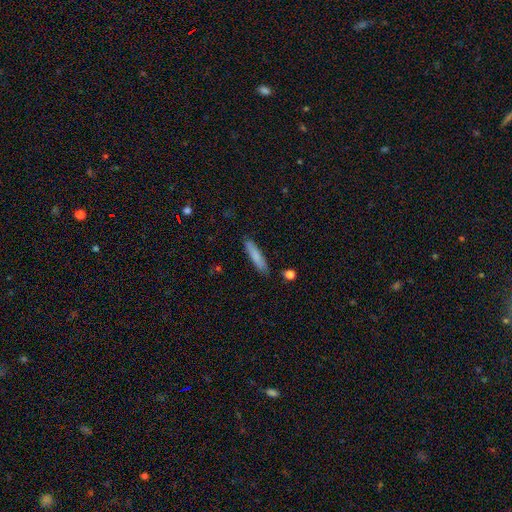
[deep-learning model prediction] smooth 80%, featured or disk 14%, star or artifact 6%. Down the decision tree: how rounded — cigar-shaped (85%); merging — none (86%).